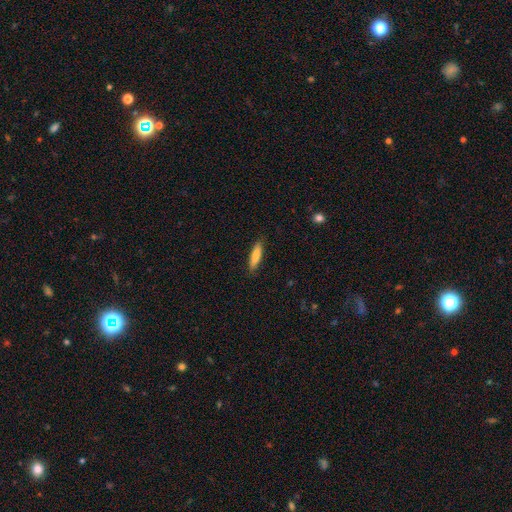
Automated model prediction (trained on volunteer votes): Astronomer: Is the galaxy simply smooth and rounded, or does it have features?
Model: smooth — 77%.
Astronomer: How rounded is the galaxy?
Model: cigar-shaped — 74%.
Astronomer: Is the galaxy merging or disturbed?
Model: none — 87%.